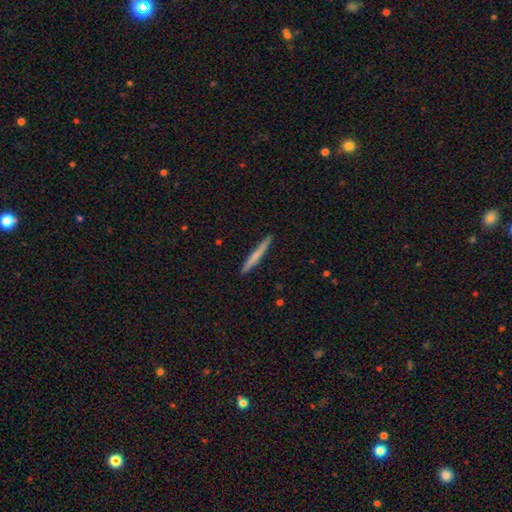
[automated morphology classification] smooth_or_featured: smooth (p=0.62) [alt: featured or disk p=0.32]
how_rounded: cigar-shaped (p=0.97) [alt: in between p=0.02]
merging: none (p=0.91) [alt: minor disturbance p=0.07]